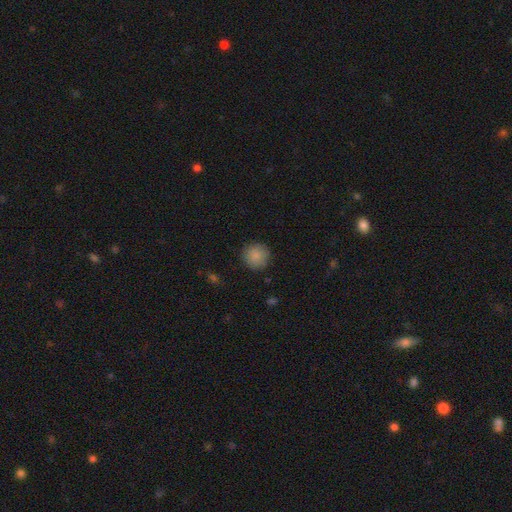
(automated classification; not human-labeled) The model was most divided on "smooth or featured": smooth: 87%, star or artifact: 9%, featured or disk: 5%. More confident: how rounded — round (94%); merging — none (88%).